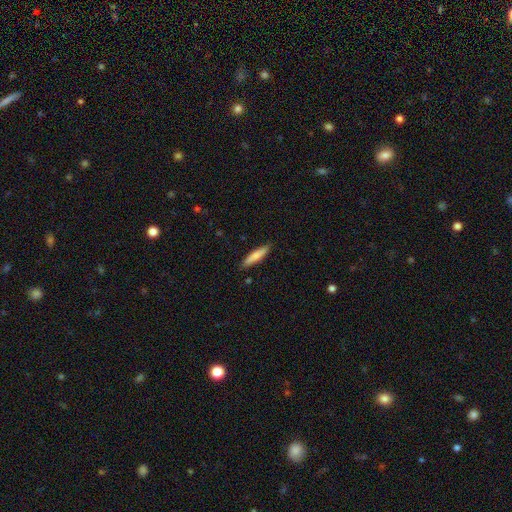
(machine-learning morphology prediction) smooth_or_featured: smooth (p=0.75) [alt: featured or disk p=0.20]
how_rounded: cigar-shaped (p=0.85) [alt: in between p=0.13]
merging: none (p=0.88) [alt: minor disturbance p=0.09]